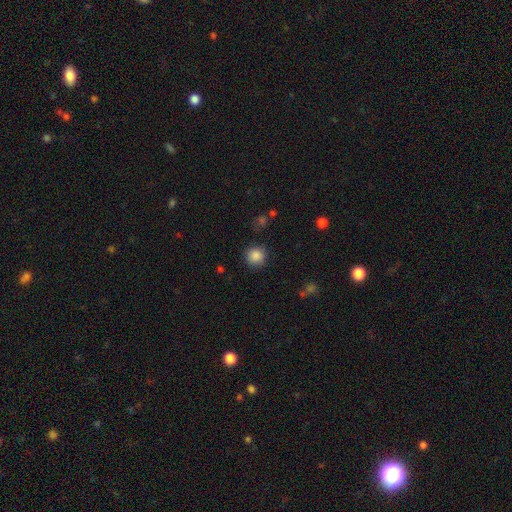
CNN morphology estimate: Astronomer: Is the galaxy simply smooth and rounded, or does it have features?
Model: smooth — 86%.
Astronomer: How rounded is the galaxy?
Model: round — 92%.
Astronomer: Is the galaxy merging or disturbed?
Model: none — 85%.